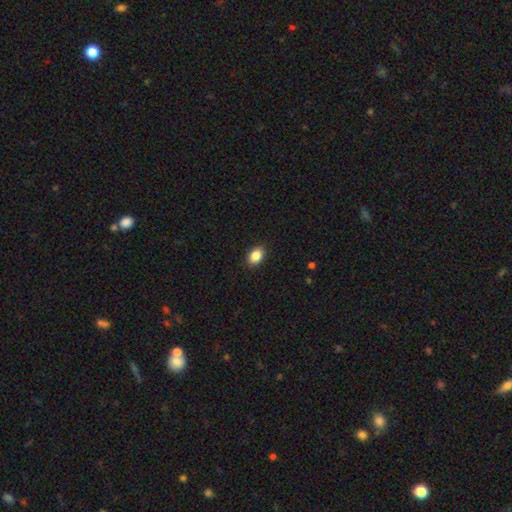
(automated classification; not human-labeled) A smooth galaxy with no disk features (87%) that is in between round and cigar-shaped (84%).

Vote fractions:
- Smooth or featured? smooth: 87% / star or artifact: 8% / featured or disk: 5%
- How rounded? in between: 84% / round: 15% / cigar-shaped: 1%
- Merging? none: 89% / minor disturbance: 8% / major disturbance: 2% / merger: 1%